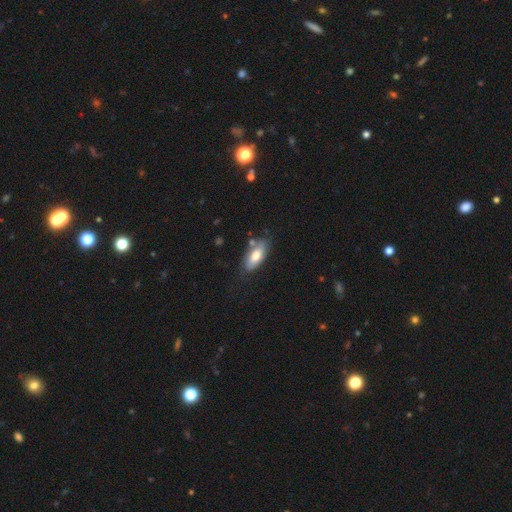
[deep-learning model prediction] Smooth or featured? Predicted: smooth (p=0.70). How rounded? Predicted: in between (p=0.84). Merging? Predicted: none (p=0.67).